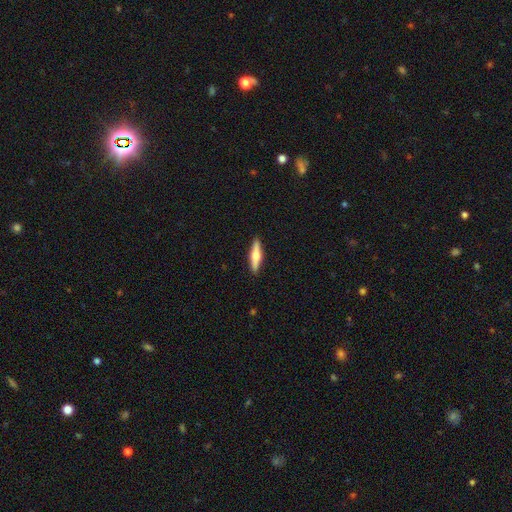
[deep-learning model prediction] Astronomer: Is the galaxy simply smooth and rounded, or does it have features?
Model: featured or disk — 52% (runner-up: smooth, 43%).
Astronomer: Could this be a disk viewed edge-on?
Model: yes — 96%.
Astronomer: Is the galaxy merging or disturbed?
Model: none — 91%.